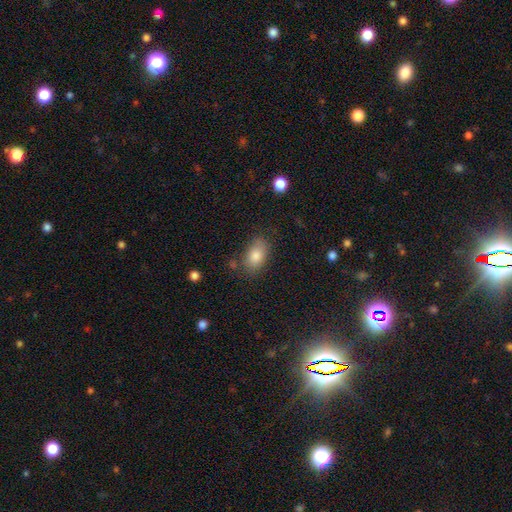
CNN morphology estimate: This appears to be a smooth galaxy with no disk features (83%) that is in between round and cigar-shaped (89%). Merging: none (75%).